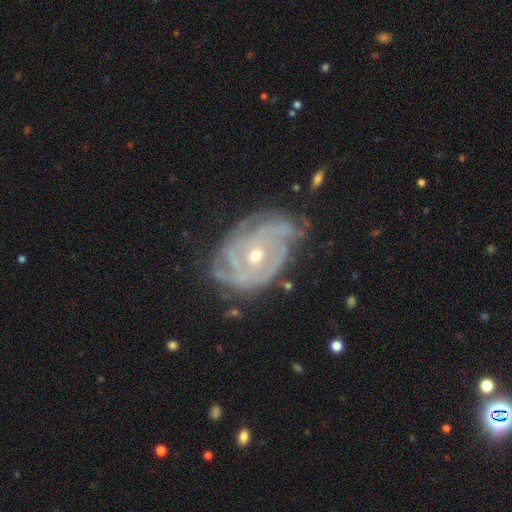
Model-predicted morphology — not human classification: This is clearly a featured or disk galaxy (89%). It is clearly not viewed edge-on (96%). Bar: likely no (74%). Spiral arm pattern: clearly yes (95%). Spiral arm count: marginally can't tell (28%). Spiral winding: likely tight (72%). Central bulge: likely moderate (60%). Merging: likely none (66%).